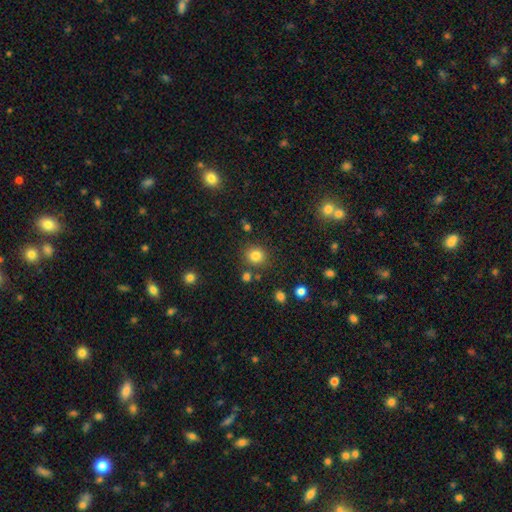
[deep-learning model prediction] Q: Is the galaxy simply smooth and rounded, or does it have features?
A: smooth — 82%.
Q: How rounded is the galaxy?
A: round — 86%.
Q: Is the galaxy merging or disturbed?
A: none — 83%.